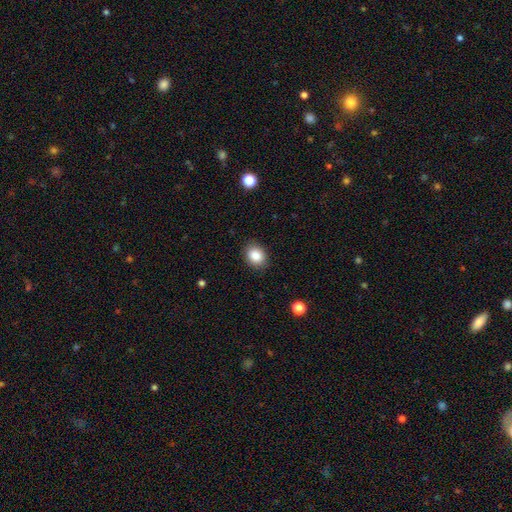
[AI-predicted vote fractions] Overall: smooth (85%). How rounded: in between (50%; round 49%). Merging: none (88%).